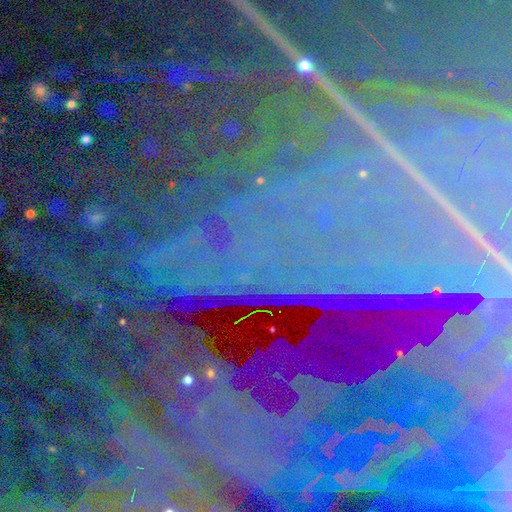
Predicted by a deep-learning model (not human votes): This appears to be a star or artifact, not a galaxy (87%).